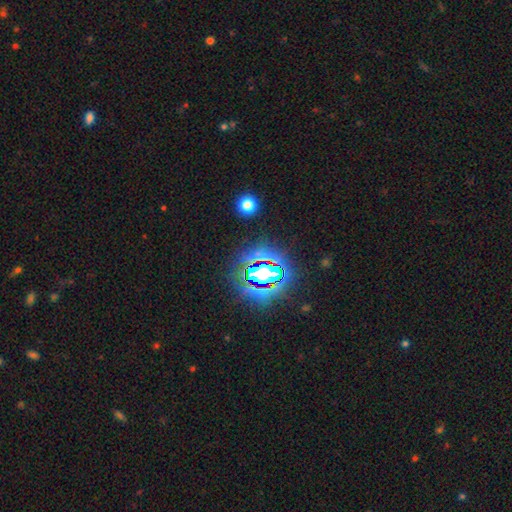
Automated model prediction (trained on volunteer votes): This appears to be a star or artifact, not a galaxy (80%).